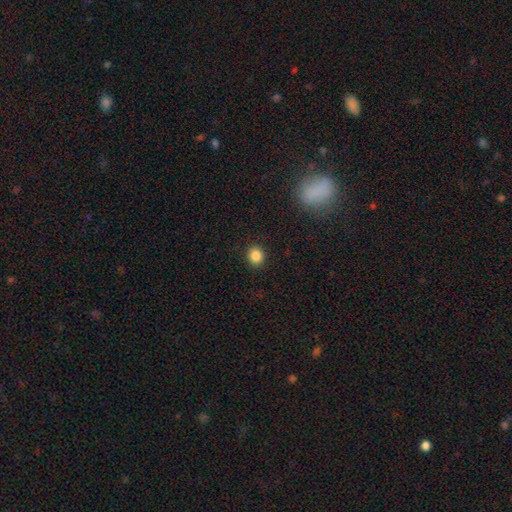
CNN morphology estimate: smooth-or-featured: smooth: 86% | star or artifact: 11% | featured or disk: 4%
  how-rounded: round: 80% | in between: 19% | cigar-shaped: 1%
  merging: none: 91% | minor disturbance: 6% | major disturbance: 2% | merger: 1%